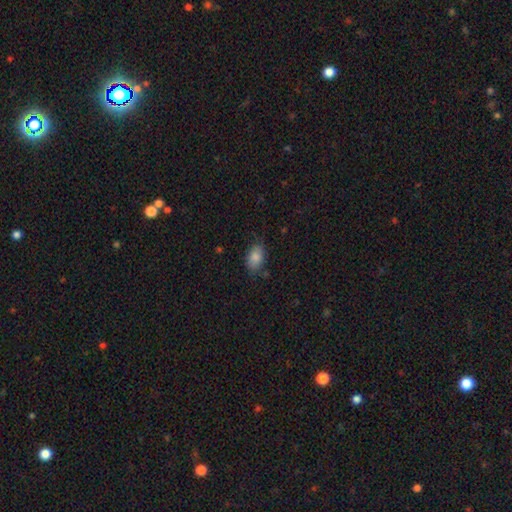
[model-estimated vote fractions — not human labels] This appears to be a smooth galaxy with no disk features (85%) that is in between round and cigar-shaped (90%). Merging: none (75%).